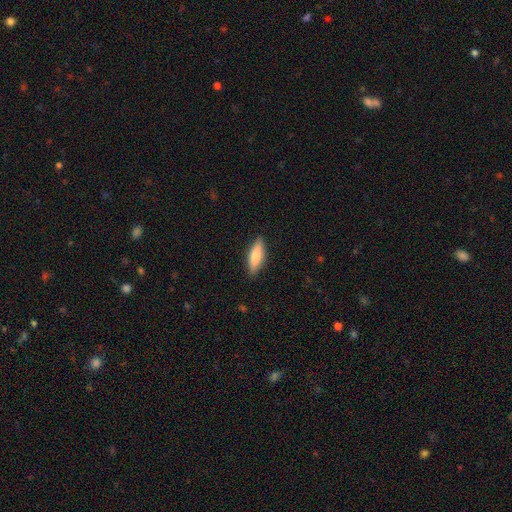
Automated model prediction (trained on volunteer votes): Morphology: type=smooth (76%); roundness=cigar-shaped (49%, tied with in between); merging=none (86%).